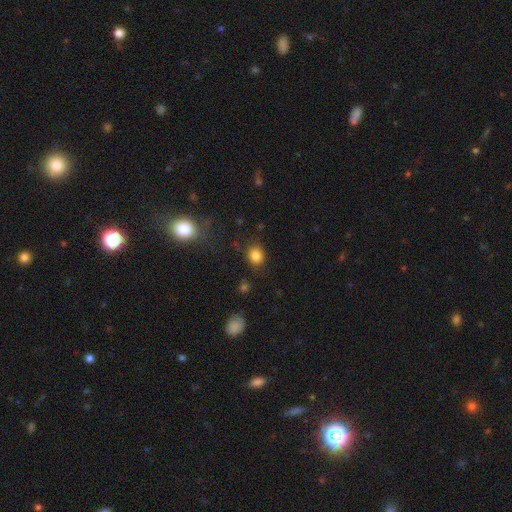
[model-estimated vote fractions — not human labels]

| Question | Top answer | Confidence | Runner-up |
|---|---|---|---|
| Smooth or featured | smooth | 83% | star or artifact (12%) |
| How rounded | round | 63% | in between (35%) |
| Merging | none | 81% | minor disturbance (12%) |